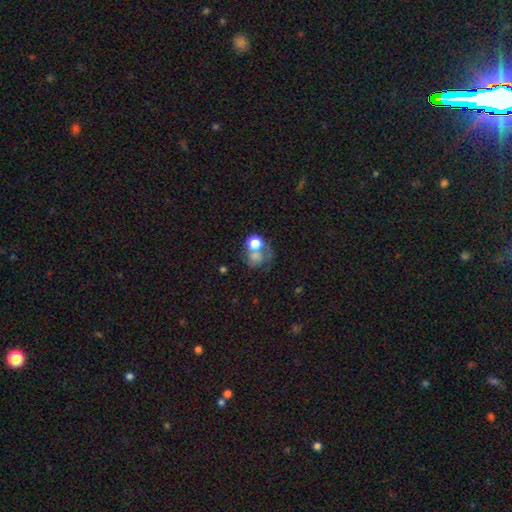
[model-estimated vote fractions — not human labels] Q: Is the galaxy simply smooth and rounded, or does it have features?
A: smooth — 54%.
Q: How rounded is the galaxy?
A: round — 67%.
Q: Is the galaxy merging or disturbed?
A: merger — 41%.